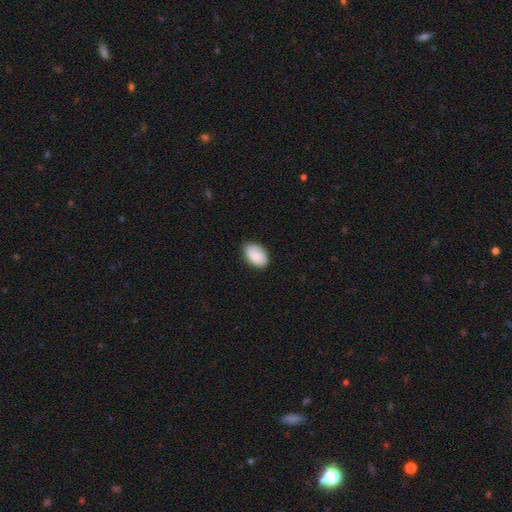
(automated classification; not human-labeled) smooth-or-featured: smooth: 81% | featured or disk: 12% | star or artifact: 7%
  how-rounded: in between: 90% | round: 9% | cigar-shaped: 1%
  merging: none: 74% | minor disturbance: 21% | major disturbance: 4% | merger: 1%